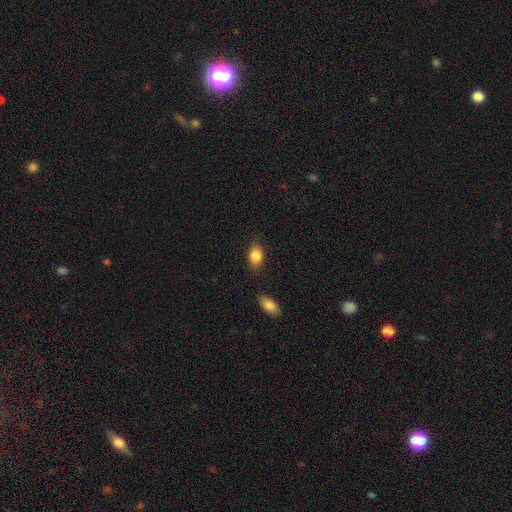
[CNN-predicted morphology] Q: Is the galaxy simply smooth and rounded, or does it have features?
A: smooth — 86%.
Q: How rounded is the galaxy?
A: in between — 85%.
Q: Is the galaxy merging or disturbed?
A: none — 81%.